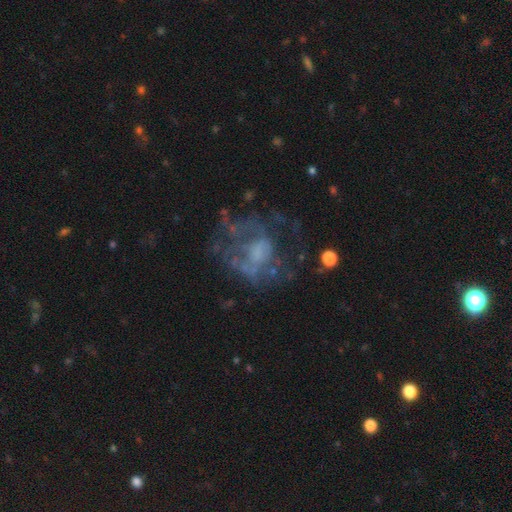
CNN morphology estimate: Smooth or featured?
  - featured or disk: 63% *
  - smooth: 20%
  - star or artifact: 17%
Edge-on disk?
  - no: 97% *
  - yes: 3%
Bar?
  - no: 78% *
  - weak: 18%
  - strong: 4%
Spiral arms?
  - no: 67% *
  - yes: 33%
Bulge size?
  - none: 40% *
  - moderate: 27%
  - small: 25%
  - large: 7%
  - dominant: 2%
Merging?
  - none: 44% *
  - major disturbance: 35%
  - minor disturbance: 17%
  - merger: 4%